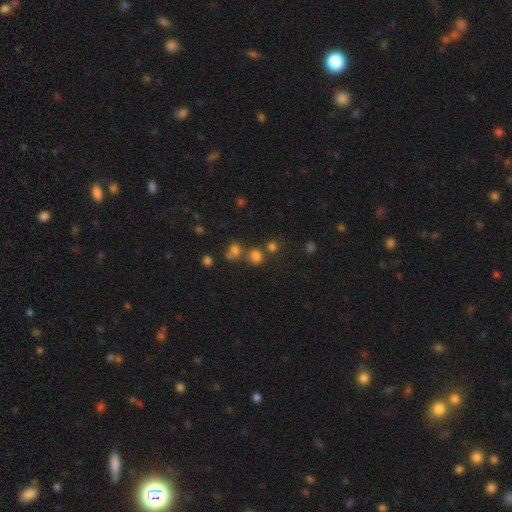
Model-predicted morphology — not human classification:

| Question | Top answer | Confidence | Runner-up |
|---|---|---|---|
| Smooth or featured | smooth | 73% | star or artifact (21%) |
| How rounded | round | 77% | in between (22%) |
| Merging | none | 60% | merger (25%) |